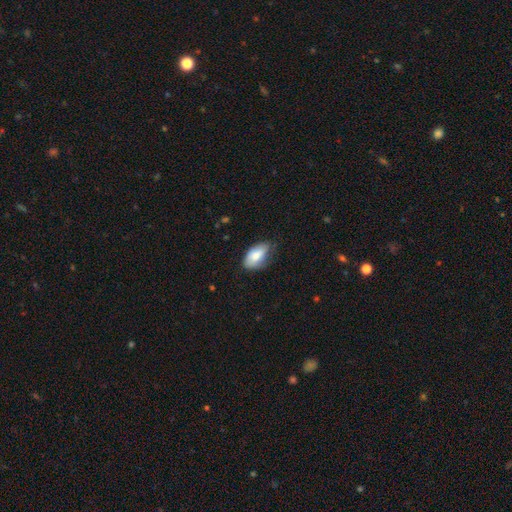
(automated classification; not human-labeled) A smooth galaxy with no disk features (80%) that is in between round and cigar-shaped (94%). Merging: none (59%).